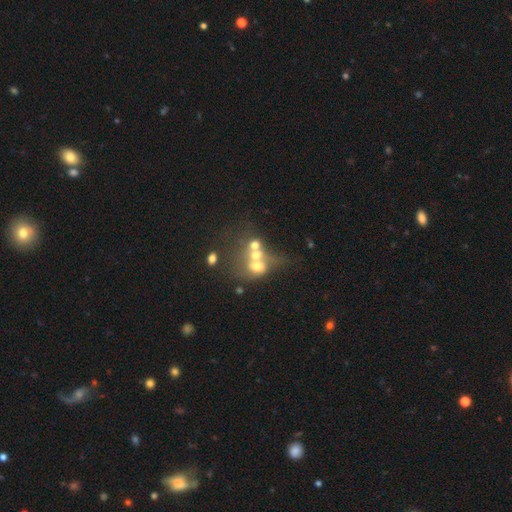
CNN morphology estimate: Overall: smooth (44%; featured or disk 35%). Merging: merger (59%; none 23%).